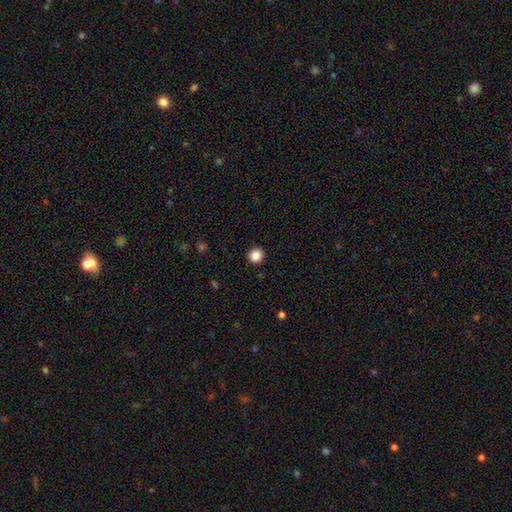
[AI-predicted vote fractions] smooth_or_featured: smooth (p=0.86) [alt: star or artifact p=0.11]
how_rounded: round (p=0.93) [alt: in between p=0.06]
merging: none (p=0.93) [alt: minor disturbance p=0.05]